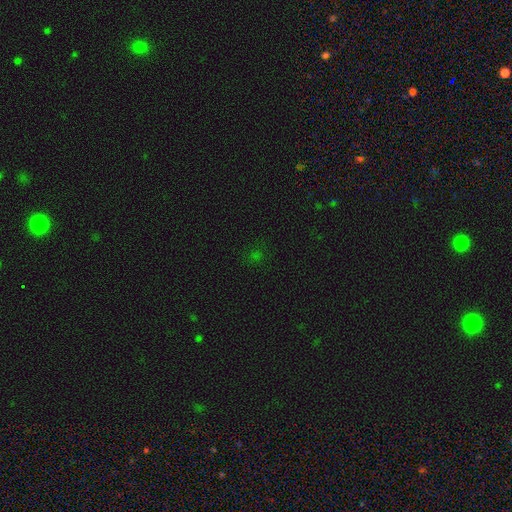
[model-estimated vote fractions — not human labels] The model was most divided on "smooth or featured": star or artifact: 57%, smooth: 34%, featured or disk: 9%.